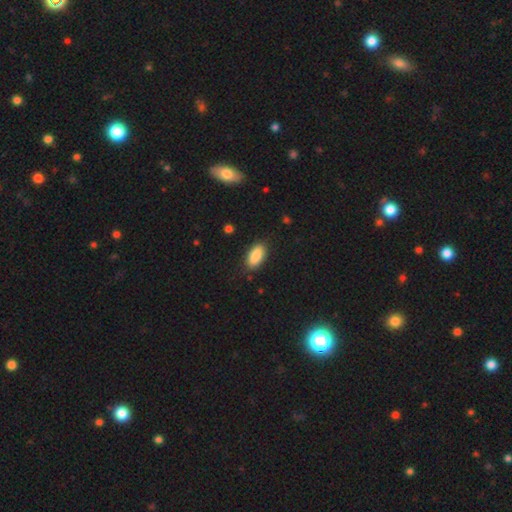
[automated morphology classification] Overall: smooth (88%). How rounded: in between (90%). Merging: none (85%).